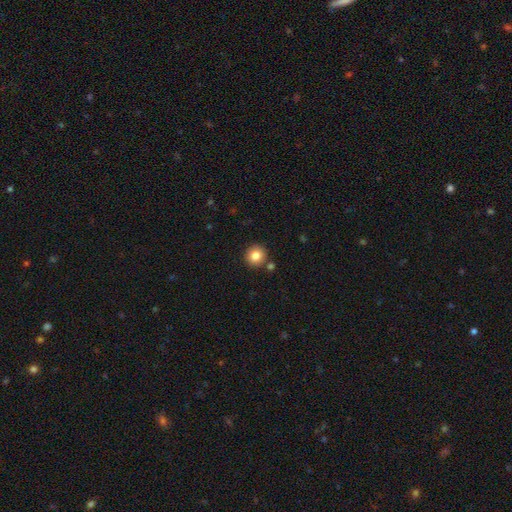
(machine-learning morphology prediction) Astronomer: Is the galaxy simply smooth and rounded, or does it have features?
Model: smooth — 84%.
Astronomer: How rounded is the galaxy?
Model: round — 93%.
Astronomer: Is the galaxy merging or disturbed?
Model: none — 85%.